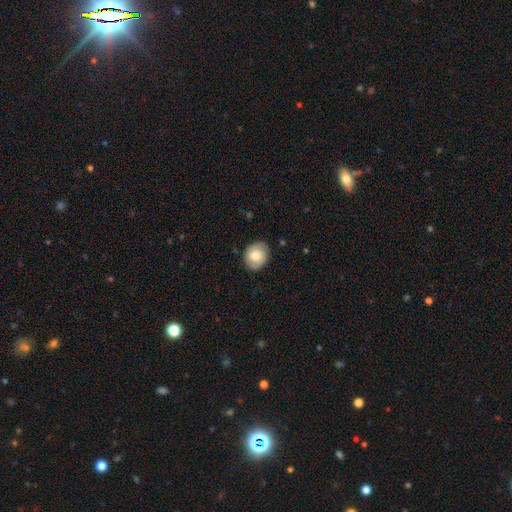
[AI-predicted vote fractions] This appears to be a smooth galaxy with no disk features (62%) that is round (57%). Merging: none (81%).